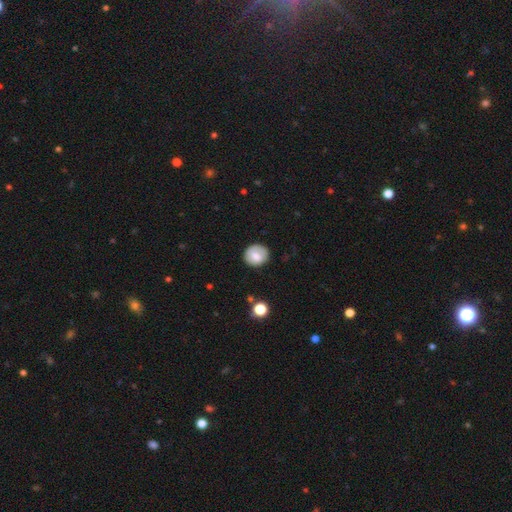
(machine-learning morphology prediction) smooth 73%, featured or disk 19%, star or artifact 8%. Down the decision tree: how rounded — round (78%); merging — none (81%).